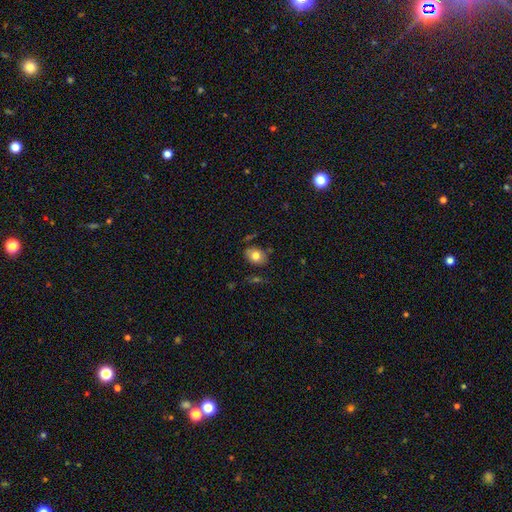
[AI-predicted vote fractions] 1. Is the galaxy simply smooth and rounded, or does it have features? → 77% smooth, 14% featured or disk, 9% star or artifact.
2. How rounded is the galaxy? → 66% in between, 33% round, 1% cigar-shaped.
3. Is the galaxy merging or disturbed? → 70% none, 21% minor disturbance, 5% major disturbance, 4% merger.